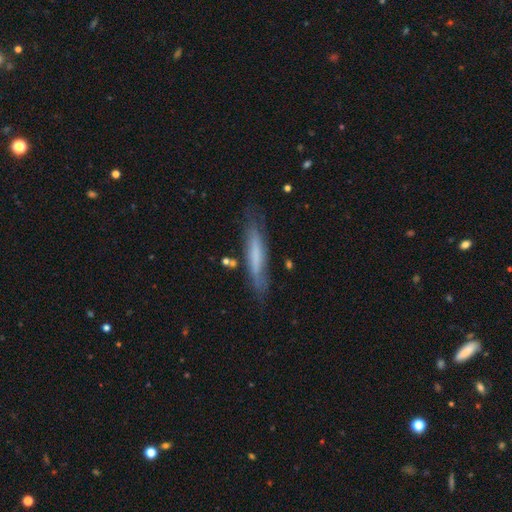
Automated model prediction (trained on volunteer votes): Smooth or featured? Predicted: smooth (p=0.52). How rounded? Predicted: cigar-shaped (p=0.89). Merging? Predicted: none (p=0.74).